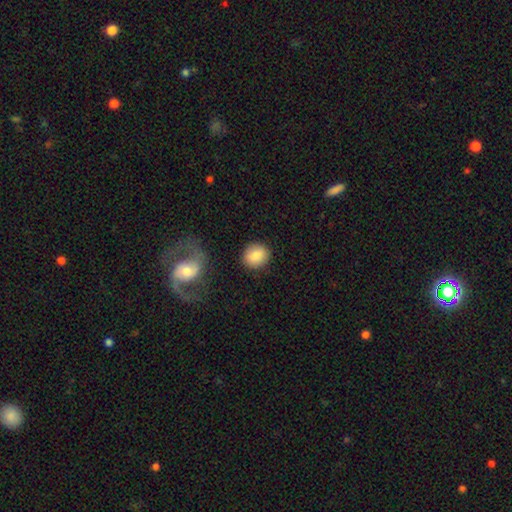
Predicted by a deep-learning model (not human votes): Smooth or featured: smooth — 85% (featured or disk — 8%)
How rounded: round — 75% (in between — 24%)
Merging: none — 85% (minor disturbance — 9%)